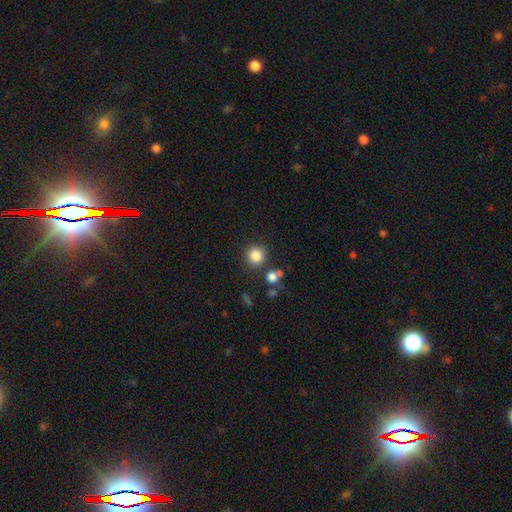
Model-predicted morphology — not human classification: smooth_or_featured: smooth (p=0.85) [alt: star or artifact p=0.11]
how_rounded: round (p=0.91) [alt: in between p=0.08]
merging: none (p=0.80) [alt: minor disturbance p=0.09]